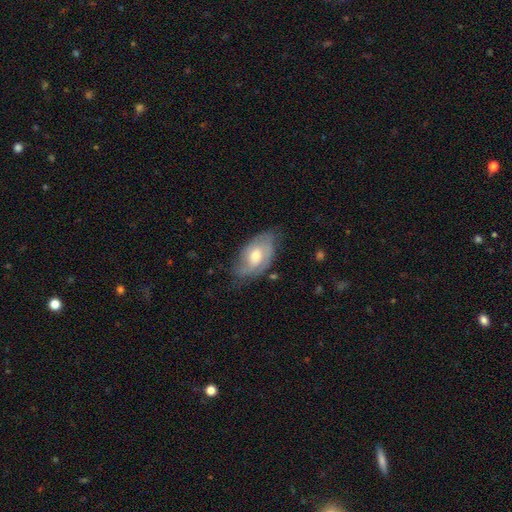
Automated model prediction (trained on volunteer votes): Smooth or featured? featured or disk (66%)
Edge-on disk? no (93%)
Bar? no (64%)
Spiral arms? yes (85%)
Spiral winding? tight (43%)
Spiral arm count? 2 (55%)
Bulge size? moderate (69%)
Merging? none (63%)